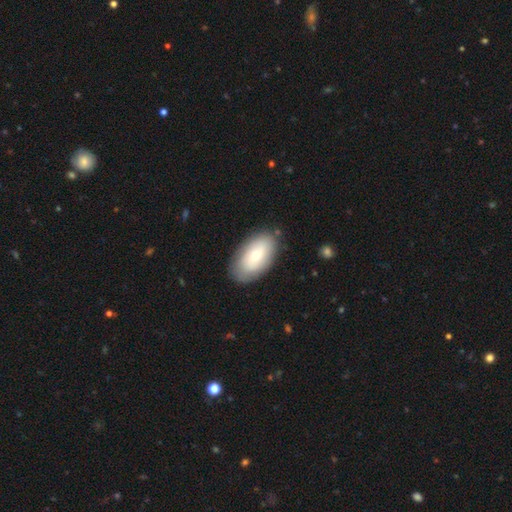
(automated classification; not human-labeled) A smooth galaxy with no disk features (71%) that is in between round and cigar-shaped (95%). Merging: none (82%).